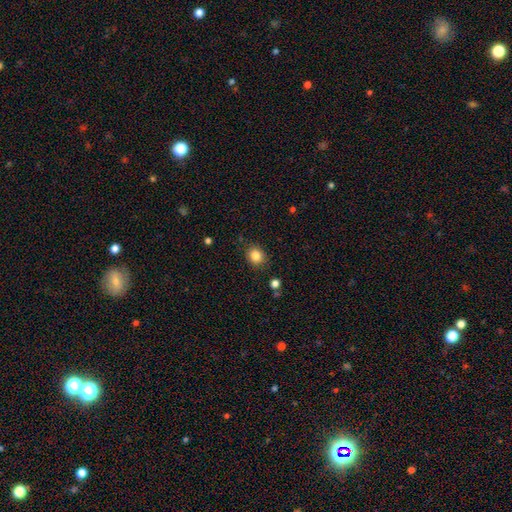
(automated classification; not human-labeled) smooth_or_featured: smooth (p=0.84) [alt: star or artifact p=0.10]
how_rounded: round (p=0.66) [alt: in between p=0.33]
merging: none (p=0.85) [alt: minor disturbance p=0.10]